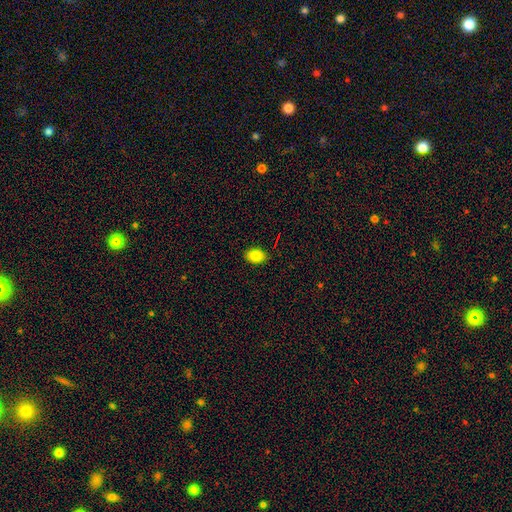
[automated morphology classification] This appears to be a smooth galaxy with no disk features (83%) that is in between round and cigar-shaped (79%). Merging: none (88%).